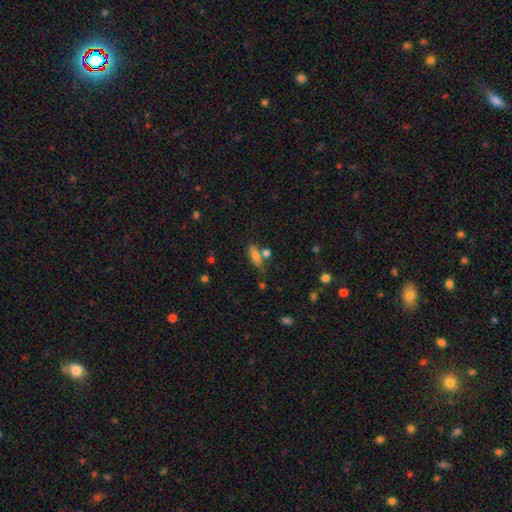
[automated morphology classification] Smooth or featured? smooth (76%)
How rounded? in between (66%)
Merging? none (58%)